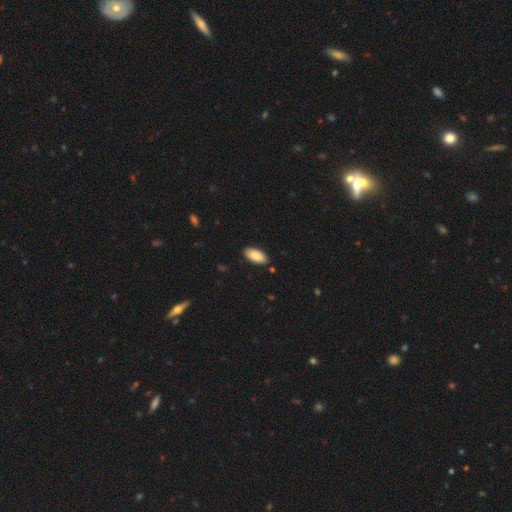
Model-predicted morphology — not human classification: smooth_or_featured: smooth (p=0.87) [alt: featured or disk p=0.07]
how_rounded: in between (p=0.92) [alt: cigar-shaped p=0.06]
merging: none (p=0.87) [alt: minor disturbance p=0.10]